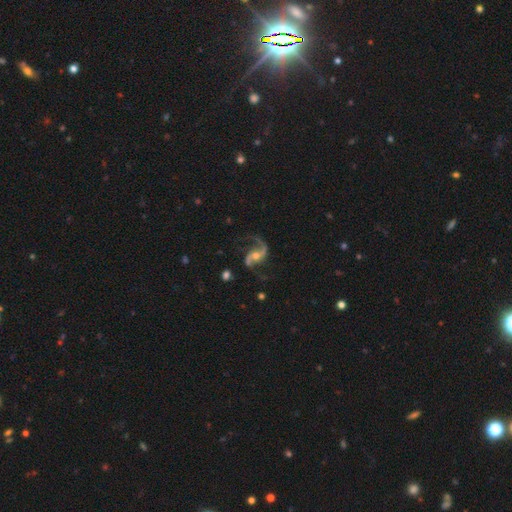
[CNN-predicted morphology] smooth_or_featured: featured or disk (p=0.91) [alt: star or artifact p=0.05]
disk_edge_on: no (p=0.98) [alt: yes p=0.02]
bar: no (p=0.48) [alt: weak p=0.32]
has_spiral_arms: yes (p=0.97) [alt: no p=0.03]
spiral_winding: loose (p=0.63) [alt: medium p=0.31]
spiral_arm_count: 2 (p=0.91) [alt: 1 p=0.03]
bulge_size: moderate (p=0.61) [alt: small p=0.31]
merging: none (p=0.69) [alt: minor disturbance p=0.16]